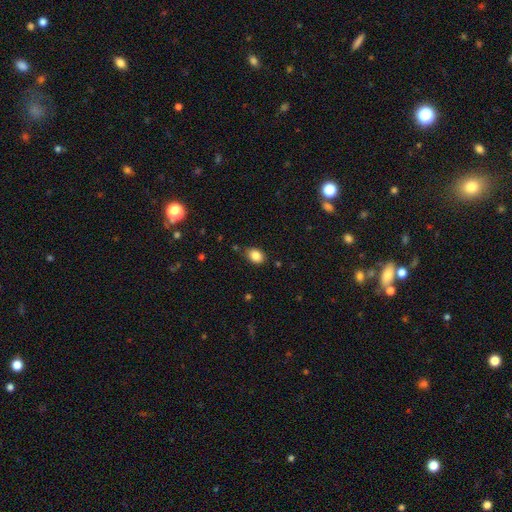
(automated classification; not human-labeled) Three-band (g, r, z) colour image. It shows a smooth galaxy with no disk features (86%) that is in between round and cigar-shaped (71%). Merging: none (79%).